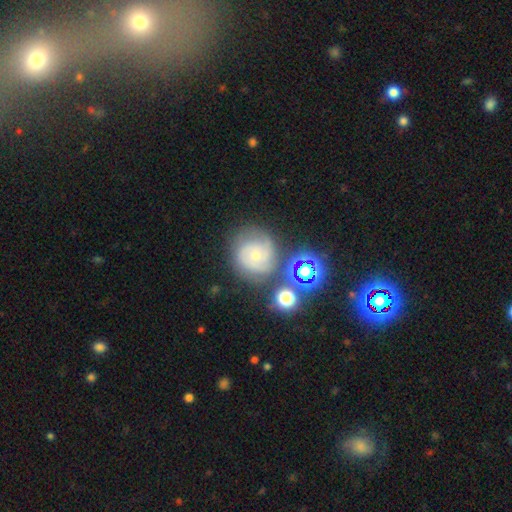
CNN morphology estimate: type=featured or disk (65%); edge-on=no (97%); bar=no (74%); spiral arms=yes (89%); winding=tight (57%); arm count=2 (42%); bulge=small (60%); merging=none (63%).